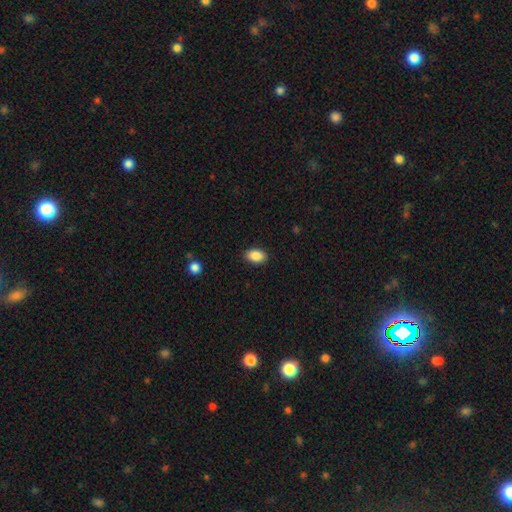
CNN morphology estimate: Smooth or featured? smooth (88%)
How rounded? in between (90%)
Merging? none (89%)